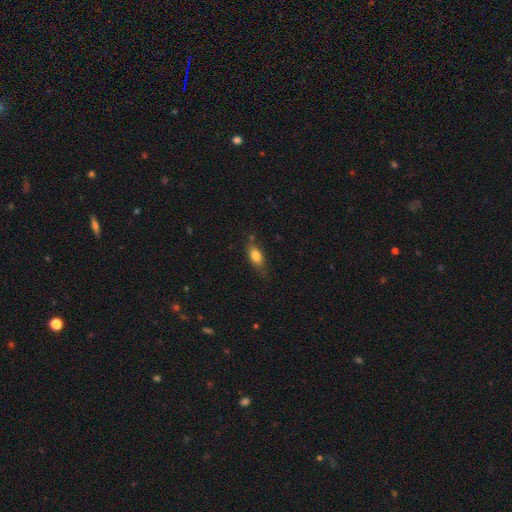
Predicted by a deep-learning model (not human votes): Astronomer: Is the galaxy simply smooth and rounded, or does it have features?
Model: smooth — 79%.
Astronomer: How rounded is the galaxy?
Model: in between — 80%.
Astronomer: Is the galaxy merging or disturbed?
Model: none — 69%.